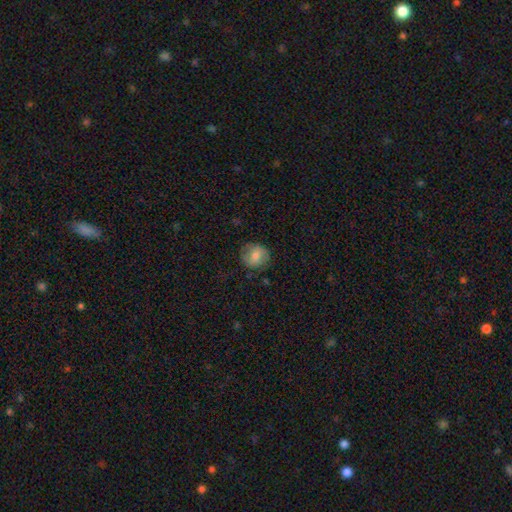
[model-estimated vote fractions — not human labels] The model was most divided on "smooth or featured": smooth: 71%, featured or disk: 21%, star or artifact: 8%. More confident: how rounded — round (83%); merging — none (77%).